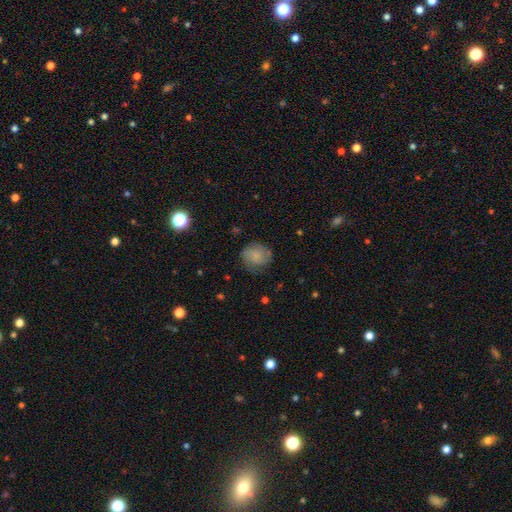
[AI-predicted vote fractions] Morphology: type=smooth (71%); roundness=round (82%); merging=none (70%).